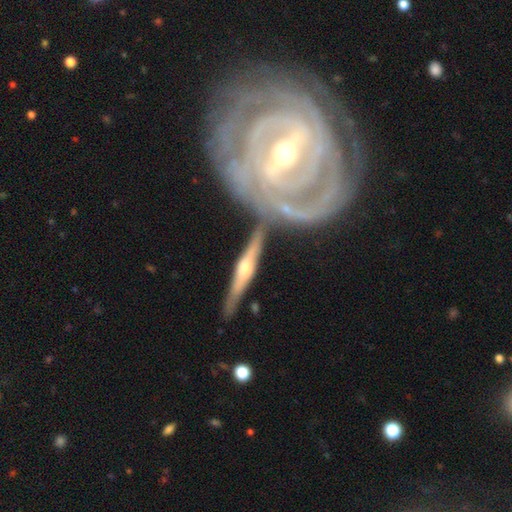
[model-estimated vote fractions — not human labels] A featured or disk galaxy (85%) with a strong bar (50%), tight (77%) spiral arms (89%) and a moderate central bulge (54%).

Vote fractions:
- Smooth or featured? featured or disk: 85% / smooth: 9% / star or artifact: 5%
- Edge-on disk? no: 82% / yes: 18%
- Bar? strong: 50% / weak: 34% / no: 17%
- Spiral arms? yes: 89% / no: 11%
- Spiral winding? tight: 77% / medium: 18% / loose: 5%
- Spiral arm count? can't tell: 32% / 2: 26% / 3: 20% / 4: 10% / more than 4: 6% / 1: 6%
- Bulge size? moderate: 54% / small: 40% / large: 4% / none: 1% / dominant: 1%
- Merging? none: 56% / merger: 24% / minor disturbance: 14% / major disturbance: 6%